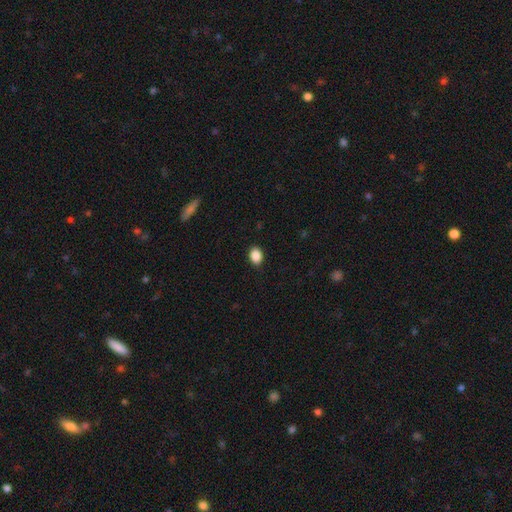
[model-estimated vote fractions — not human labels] Q: Smooth or featured?
A: smooth (89%); runner-up: star or artifact (9%)
Q: How rounded?
A: in between (67%); runner-up: round (32%)
Q: Merging?
A: none (90%); runner-up: minor disturbance (7%)